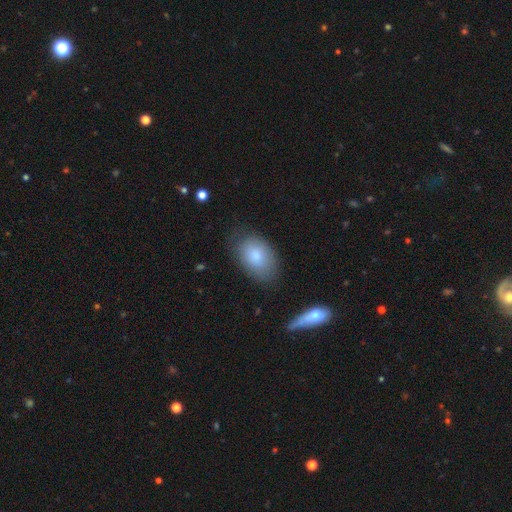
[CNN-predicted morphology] A smooth galaxy with no disk features (81%) that is in between round and cigar-shaped (88%). Merging: none (73%).